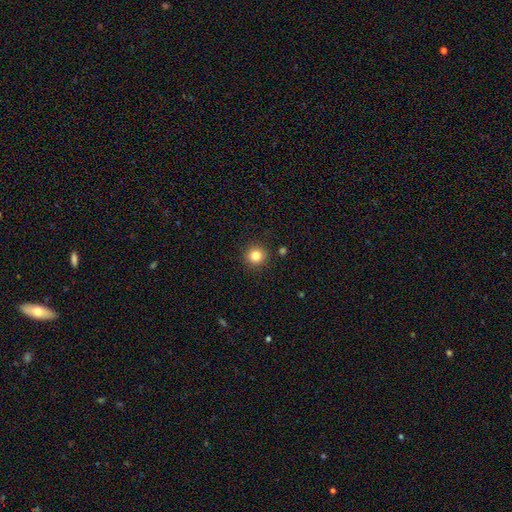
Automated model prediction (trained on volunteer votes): smooth 83%, star or artifact 12%, featured or disk 6%. Down the decision tree: how rounded — round (94%); merging — none (90%).